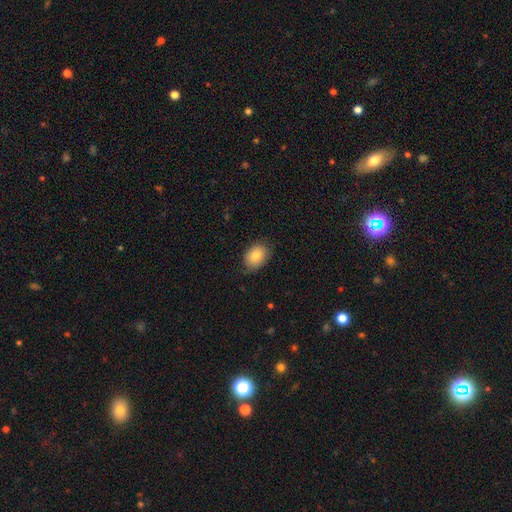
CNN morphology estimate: A smooth galaxy with no disk features (81%) that is in between round and cigar-shaped (74%).

Vote fractions:
- Smooth or featured? smooth: 81% / featured or disk: 12% / star or artifact: 8%
- How rounded? in between: 74% / round: 25% / cigar-shaped: 1%
- Merging? none: 75% / minor disturbance: 20% / major disturbance: 4% / merger: 1%